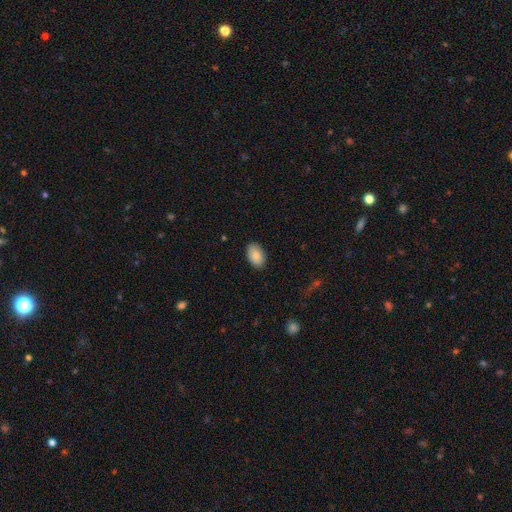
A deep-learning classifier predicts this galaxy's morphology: Smooth or featured? smooth (87%)
How rounded? in between (92%)
Merging? none (87%)